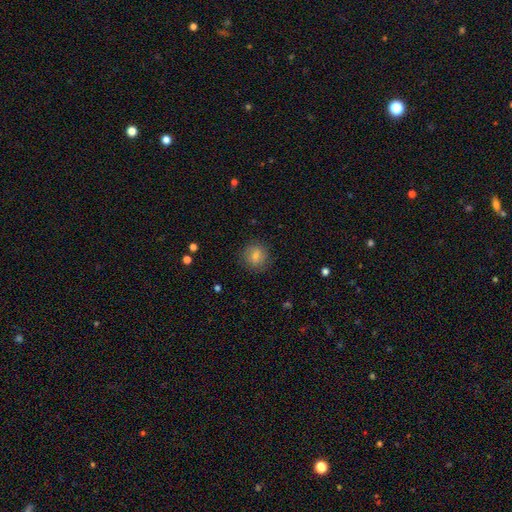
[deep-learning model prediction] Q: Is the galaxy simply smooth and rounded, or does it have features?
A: smooth — 76%.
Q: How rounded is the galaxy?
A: round — 86%.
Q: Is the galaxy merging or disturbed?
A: none — 85%.